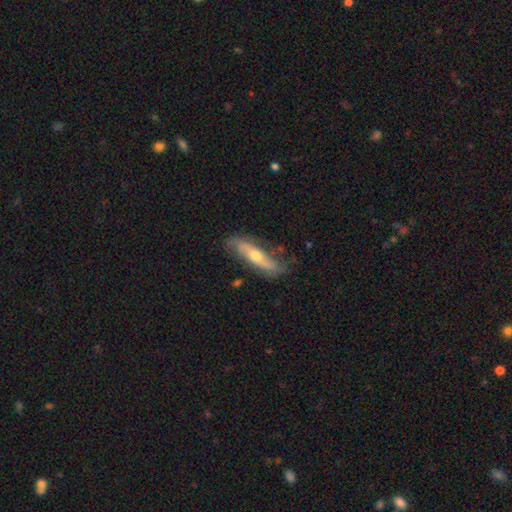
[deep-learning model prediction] Smooth or featured: featured or disk — 61% (smooth — 33%)
Edge-on disk: no — 54% (yes — 46%)
Merging: none — 71% (minor disturbance — 21%)